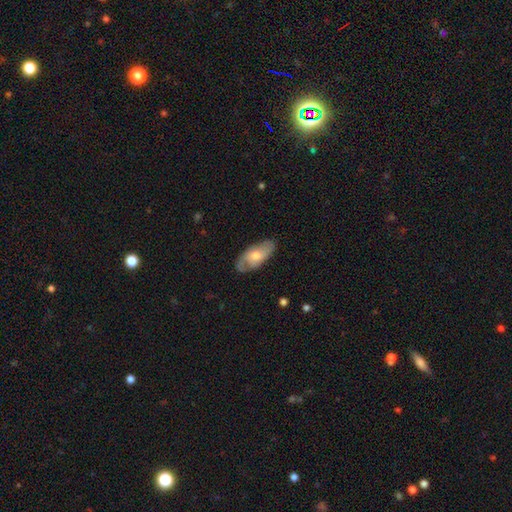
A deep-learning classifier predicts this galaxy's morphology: A smooth galaxy with no disk features (51%) that is in between round and cigar-shaped (90%).

Vote fractions:
- Smooth or featured? smooth: 51% / featured or disk: 44% / star or artifact: 6%
- How rounded? in between: 90% / cigar-shaped: 7% / round: 3%
- Merging? none: 71% / minor disturbance: 22% / major disturbance: 6% / merger: 1%